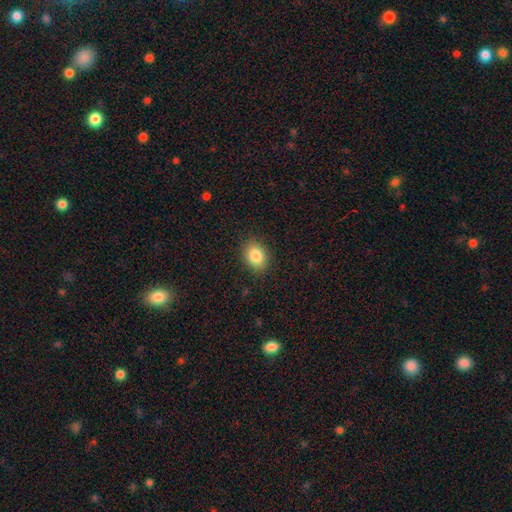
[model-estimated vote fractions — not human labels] smooth 85%, star or artifact 9%, featured or disk 6%. Down the decision tree: how rounded — in between (61%); merging — none (88%).